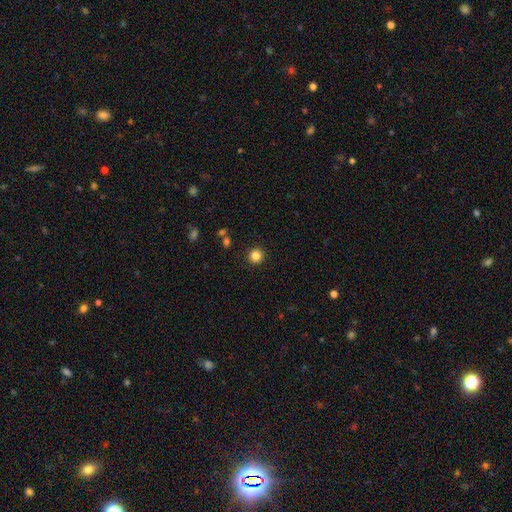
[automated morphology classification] smooth-or-featured: smooth: 84% | star or artifact: 12% | featured or disk: 4%
  how-rounded: round: 94% | in between: 5% | cigar-shaped: 1%
  merging: none: 92% | minor disturbance: 5% | major disturbance: 2% | merger: 1%